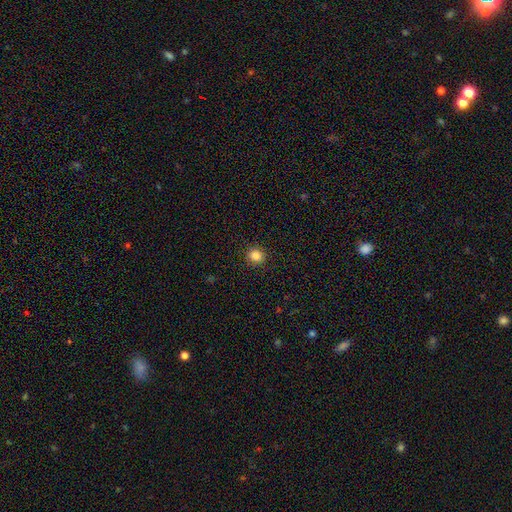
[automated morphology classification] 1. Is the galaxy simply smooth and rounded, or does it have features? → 85% smooth, 11% star or artifact, 4% featured or disk.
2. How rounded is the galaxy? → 90% round, 9% in between, 1% cigar-shaped.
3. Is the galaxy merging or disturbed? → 91% none, 6% minor disturbance, 2% major disturbance, 1% merger.